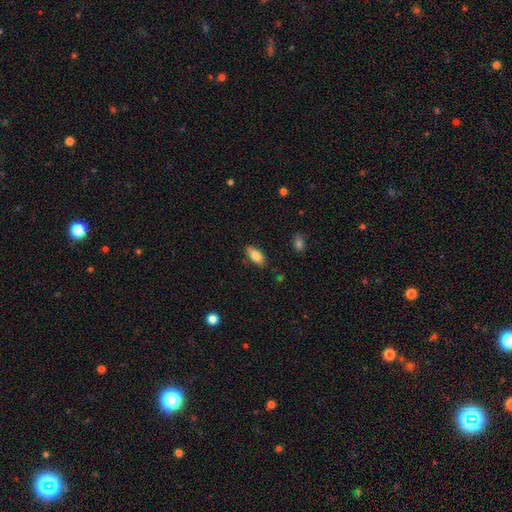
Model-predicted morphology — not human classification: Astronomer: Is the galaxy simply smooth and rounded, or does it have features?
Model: smooth — 80%.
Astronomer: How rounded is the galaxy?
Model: in between — 88%.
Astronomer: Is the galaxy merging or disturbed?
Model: none — 84%.